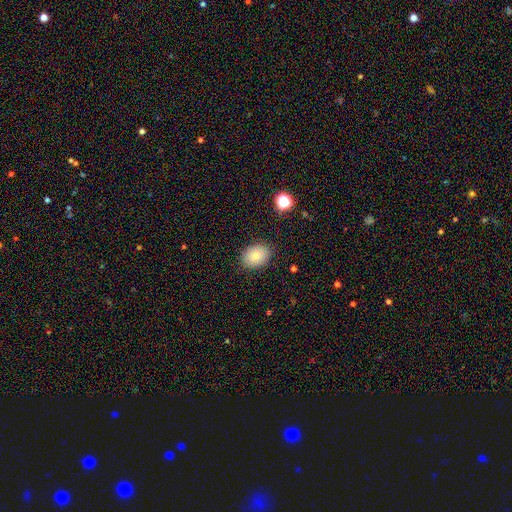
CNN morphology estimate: This is likely a smooth galaxy (79%). How rounded: likely in between (65%). Merging: clearly none (87%).